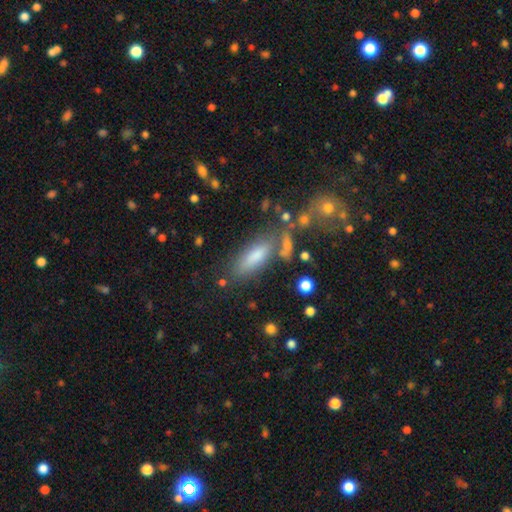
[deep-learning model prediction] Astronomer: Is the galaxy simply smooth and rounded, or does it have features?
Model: smooth — 73%.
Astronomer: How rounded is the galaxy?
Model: in between — 62%.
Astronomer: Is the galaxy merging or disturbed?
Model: none — 64%.